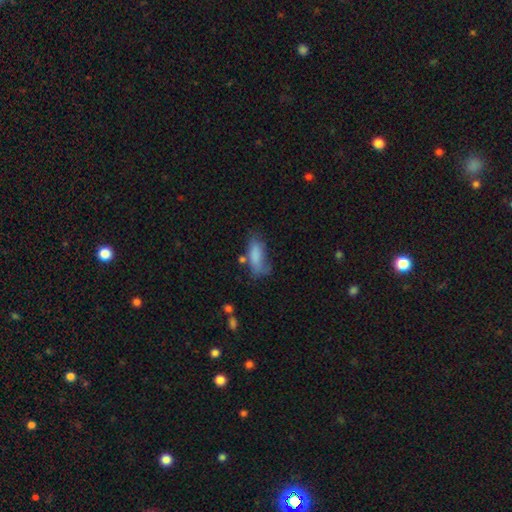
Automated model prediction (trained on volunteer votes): Morphology: type=smooth (79%); roundness=in between (69%); merging=none (47%).